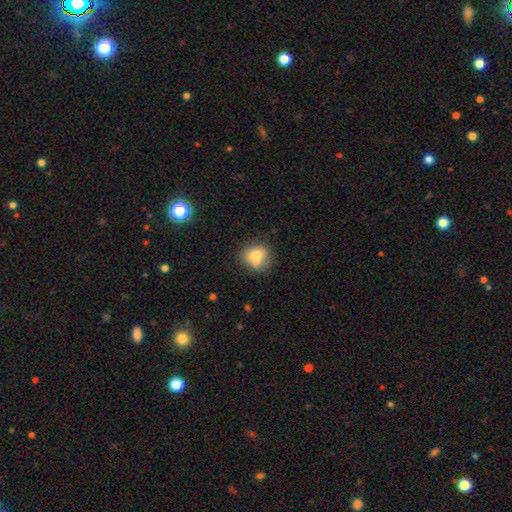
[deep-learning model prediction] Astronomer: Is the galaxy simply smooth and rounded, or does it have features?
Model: smooth — 72%.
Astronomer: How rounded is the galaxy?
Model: round — 72%.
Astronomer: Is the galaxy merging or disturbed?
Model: none — 53%.